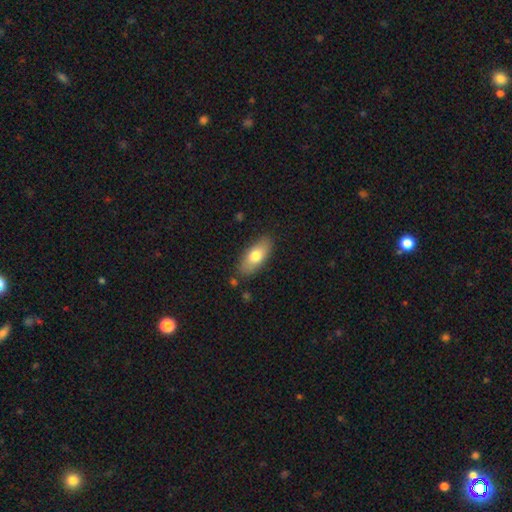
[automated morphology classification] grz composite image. It shows a smooth galaxy with no disk features (72%) that is in between round and cigar-shaped (81%). Merging: none (84%).